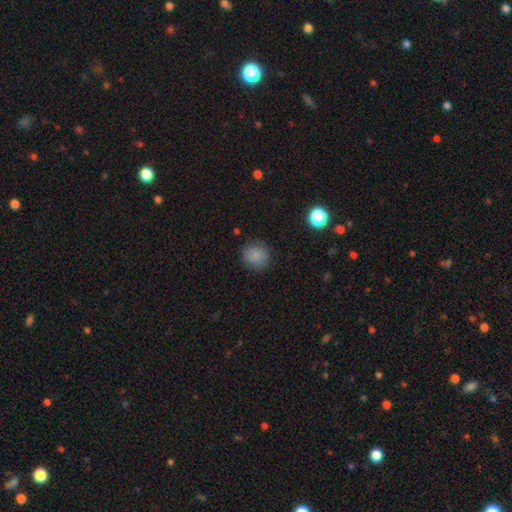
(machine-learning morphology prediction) smooth_or_featured: smooth (p=0.84) [alt: star or artifact p=0.11]
how_rounded: round (p=0.87) [alt: in between p=0.12]
merging: none (p=0.85) [alt: minor disturbance p=0.10]